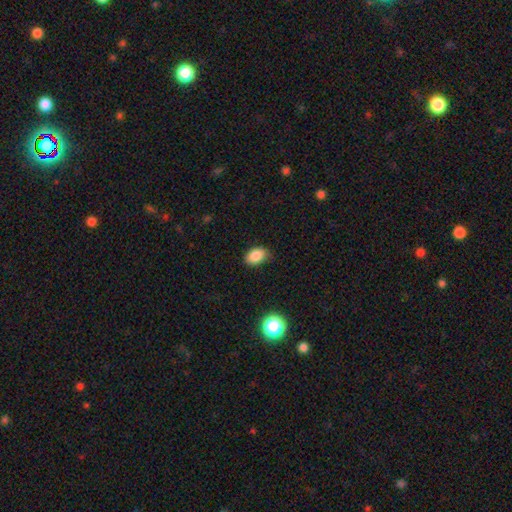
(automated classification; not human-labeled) This is clearly a smooth galaxy (86%). How rounded: clearly in between (84%). Merging: likely none (77%).